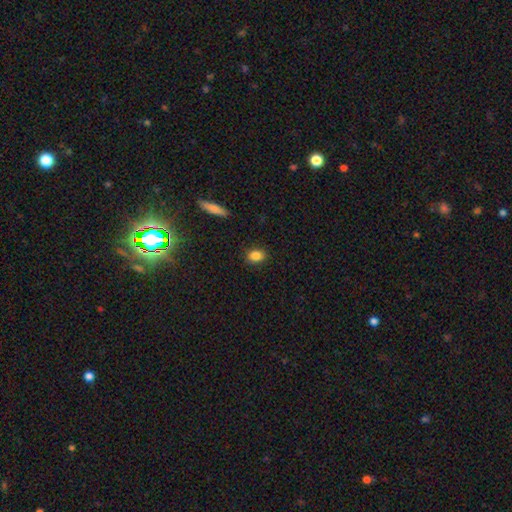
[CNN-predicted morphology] smooth_or_featured: smooth (p=0.85) [alt: star or artifact p=0.10]
how_rounded: in between (p=0.64) [alt: round p=0.34]
merging: none (p=0.87) [alt: minor disturbance p=0.09]